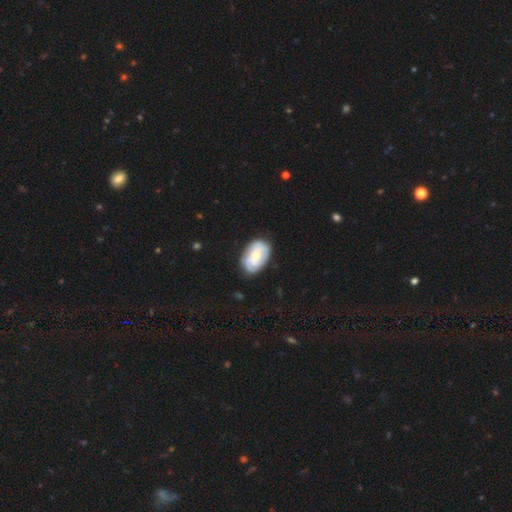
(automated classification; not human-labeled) A featured or disk galaxy (47%, tied with smooth). Merging: none (74%).